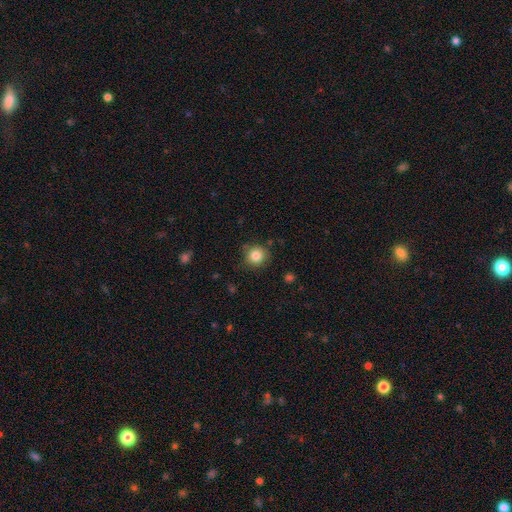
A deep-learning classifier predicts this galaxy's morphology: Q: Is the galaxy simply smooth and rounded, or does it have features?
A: smooth — 83%.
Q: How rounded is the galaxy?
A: round — 92%.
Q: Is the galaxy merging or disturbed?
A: none — 83%.